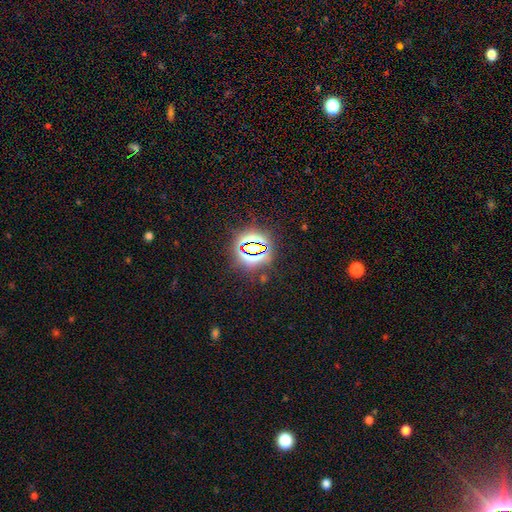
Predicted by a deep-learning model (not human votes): This appears to be a star or artifact, not a galaxy (77%).